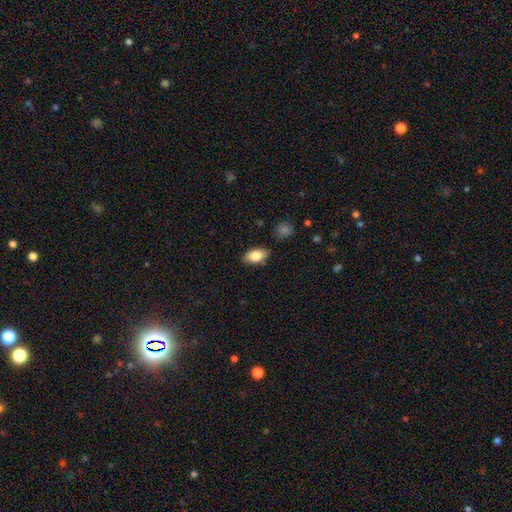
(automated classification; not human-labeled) Smooth or featured? smooth (82%)
How rounded? in between (90%)
Merging? none (85%)